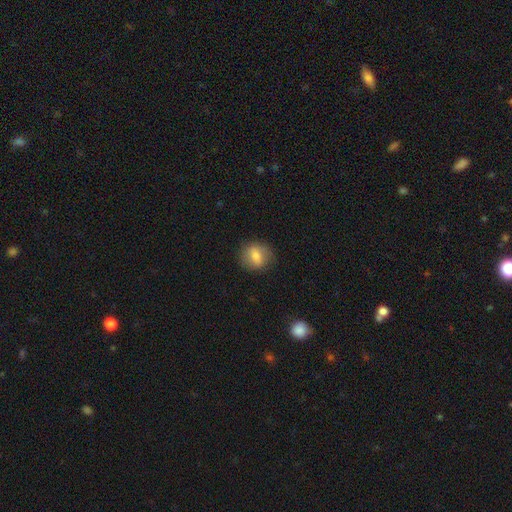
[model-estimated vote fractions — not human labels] Smooth or featured?
  - smooth: 68% *
  - featured or disk: 23%
  - star or artifact: 9%
How rounded?
  - round: 69% *
  - in between: 30%
  - cigar-shaped: 2%
Merging?
  - none: 83% *
  - minor disturbance: 12%
  - major disturbance: 4%
  - merger: 1%